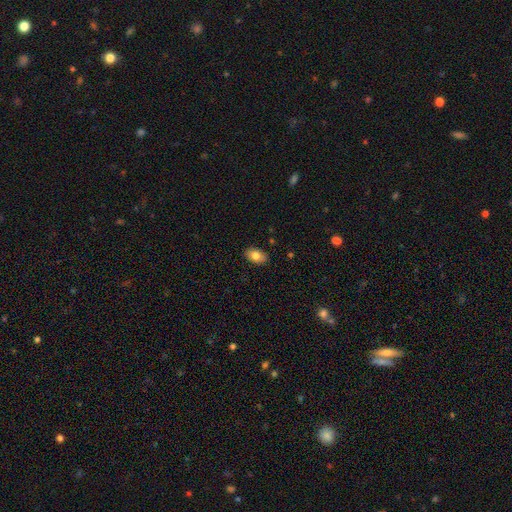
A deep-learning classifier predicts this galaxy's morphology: A smooth galaxy with no disk features (82%) that is in between round and cigar-shaped (90%).

Vote fractions:
- Smooth or featured? smooth: 82% / featured or disk: 11% / star or artifact: 8%
- How rounded? in between: 90% / round: 8% / cigar-shaped: 1%
- Merging? none: 88% / minor disturbance: 9% / major disturbance: 2% / merger: 1%